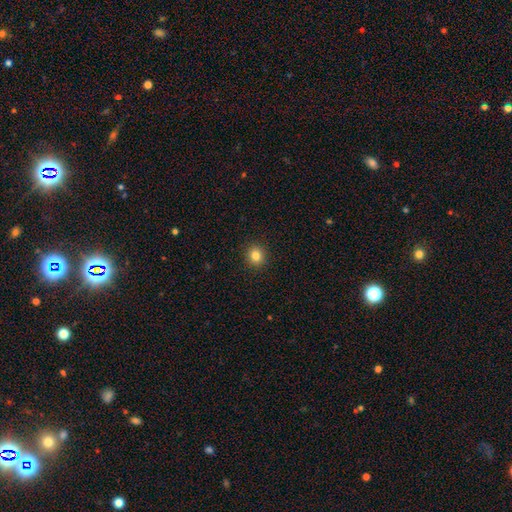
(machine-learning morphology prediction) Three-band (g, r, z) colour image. It shows a smooth galaxy with no disk features (83%) that is round (87%). Merging: none (92%).